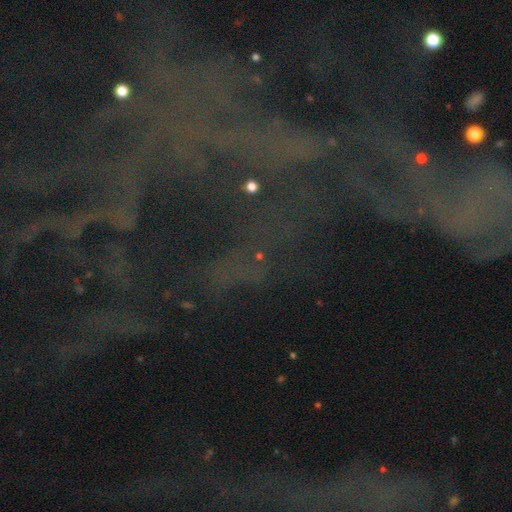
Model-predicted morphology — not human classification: The model was most divided on "smooth or featured": star or artifact: 80%, featured or disk: 11%, smooth: 9%.